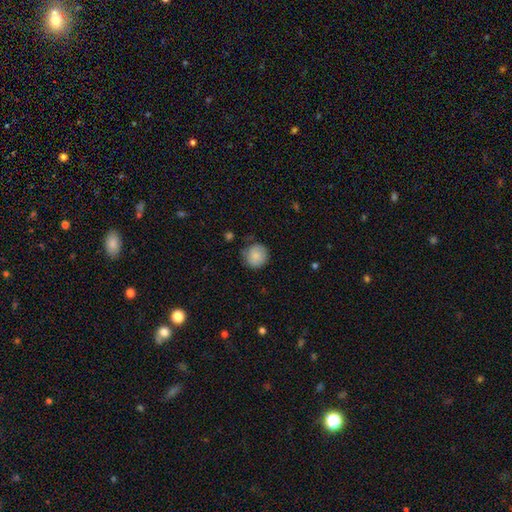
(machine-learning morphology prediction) Overall: smooth (83%). How rounded: round (91%). Merging: none (71%).